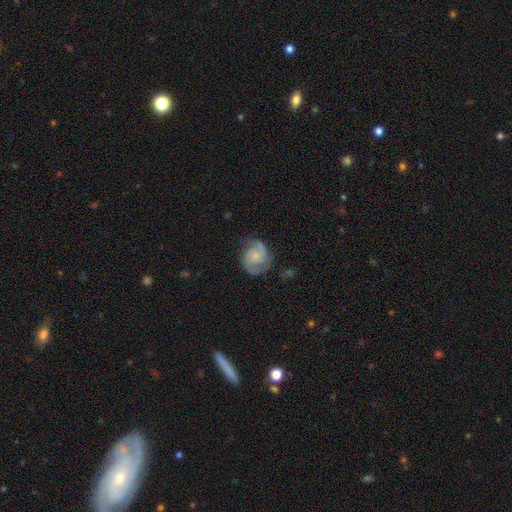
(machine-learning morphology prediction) Smooth or featured: featured or disk — 71% (smooth — 22%)
Edge-on disk: no — 98% (yes — 2%)
Bar: no — 67% (weak — 29%)
Spiral arms: yes — 94% (no — 6%)
Spiral winding: medium — 49% (tight — 31%)
Spiral arm count: 2 — 79% (can't tell — 8%)
Bulge size: small — 48% (moderate — 25%)
Merging: none — 67% (minor disturbance — 21%)